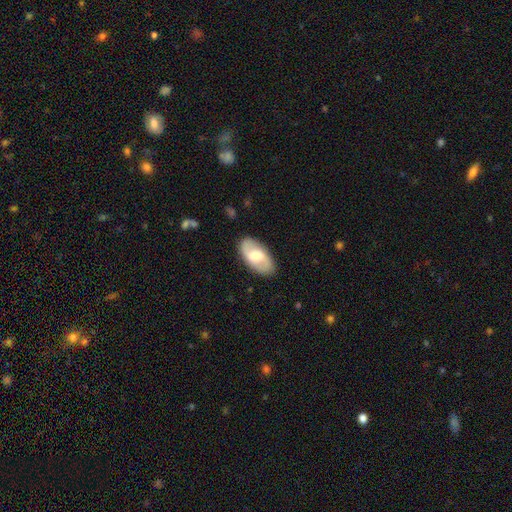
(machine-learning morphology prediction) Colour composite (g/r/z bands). It shows a featured or disk galaxy (58%) with a weak bar (50%), spiral arms (79%) and a moderate central bulge (54%). Merging: none (86%).